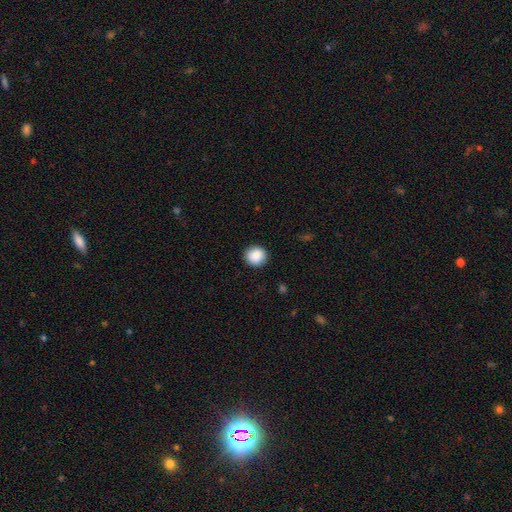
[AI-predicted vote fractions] Q: Smooth or featured?
A: smooth (89%); runner-up: star or artifact (8%)
Q: How rounded?
A: round (91%); runner-up: in between (8%)
Q: Merging?
A: none (90%); runner-up: minor disturbance (7%)